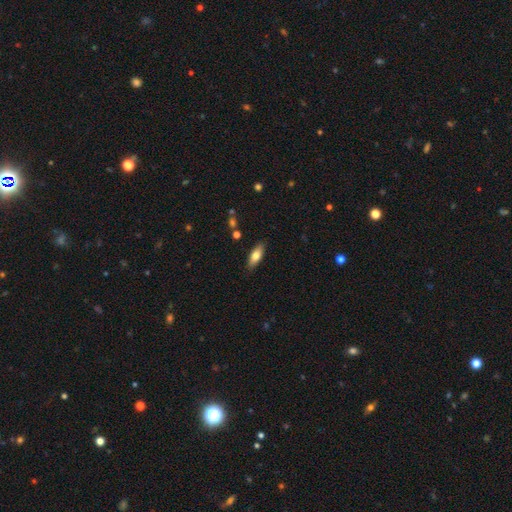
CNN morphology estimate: This appears to be a smooth galaxy with no disk features (71%) that is in between round and cigar-shaped (72%). Merging: none (86%).